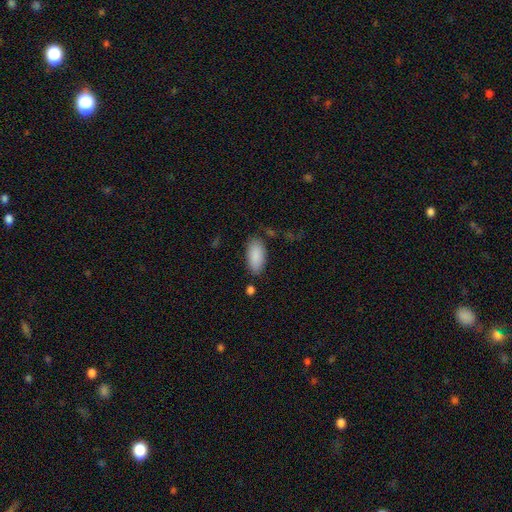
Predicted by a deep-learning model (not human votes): smooth 89%, star or artifact 6%, featured or disk 5%. Down the decision tree: how rounded — in between (92%); merging — none (79%).